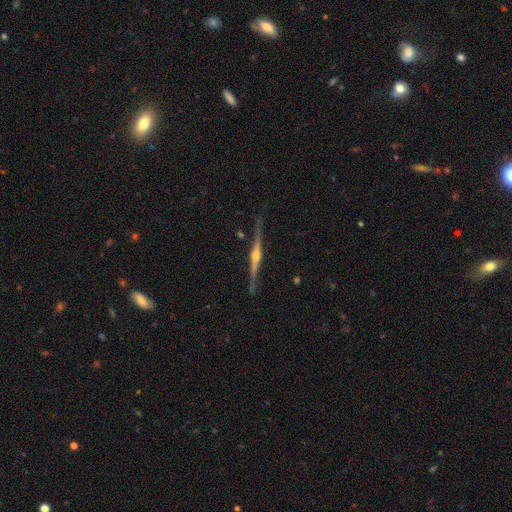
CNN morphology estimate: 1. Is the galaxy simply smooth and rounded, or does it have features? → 85% featured or disk, 9% smooth, 5% star or artifact.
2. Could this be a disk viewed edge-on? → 98% yes, 2% no.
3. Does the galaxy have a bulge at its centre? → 92% rounded, 5% boxy, 4% none.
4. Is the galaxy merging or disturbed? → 85% none, 11% minor disturbance, 2% major disturbance, 2% merger.